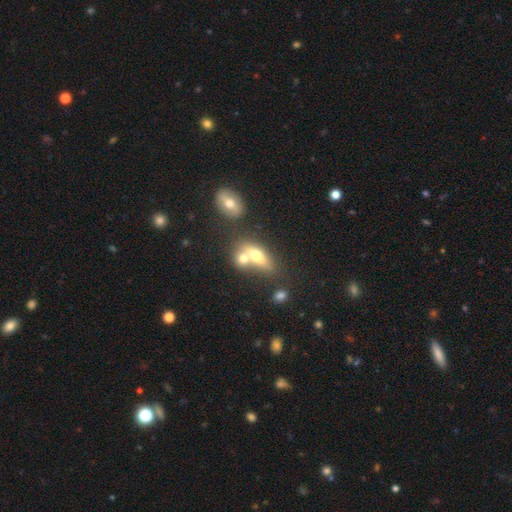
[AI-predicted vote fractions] Q: Smooth or featured?
A: smooth (63%); runner-up: featured or disk (28%)
Q: How rounded?
A: in between (66%); runner-up: round (17%)
Q: Merging?
A: merger (57%); runner-up: none (29%)